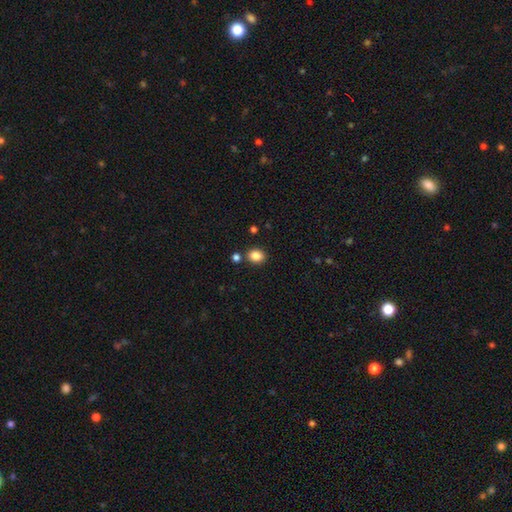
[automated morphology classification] This is clearly a smooth galaxy (85%). How rounded: possibly round (52%). Merging: clearly none (82%).